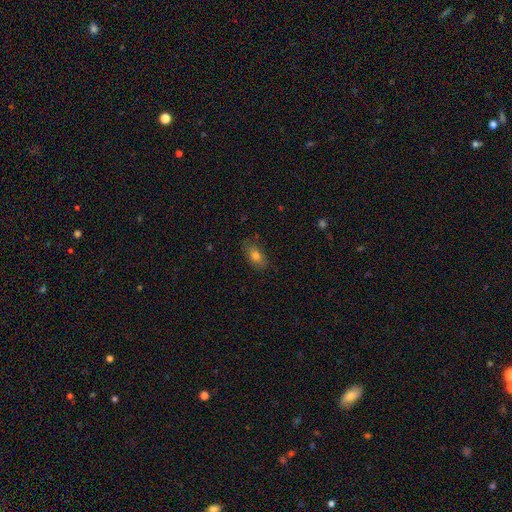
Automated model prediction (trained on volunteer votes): Morphology: type=smooth (77%); roundness=in between (87%); merging=none (79%).